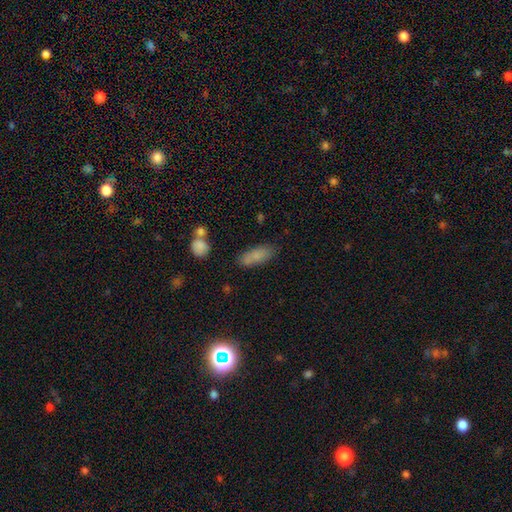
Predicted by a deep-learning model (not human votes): Smooth or featured: smooth — 80% (featured or disk — 11%)
How rounded: in between — 70% (cigar-shaped — 27%)
Merging: none — 75% (minor disturbance — 15%)